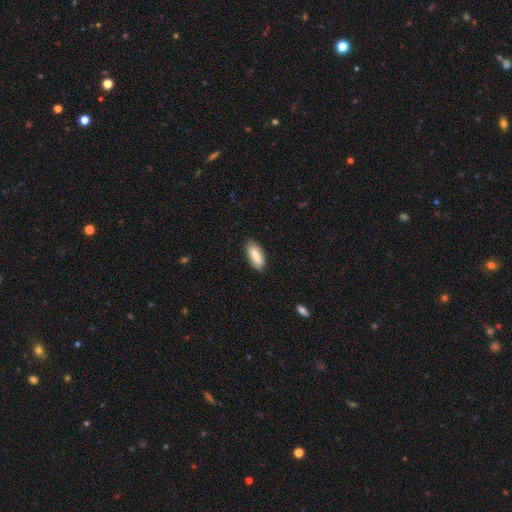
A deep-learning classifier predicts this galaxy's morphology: Smooth or featured? smooth (74%)
How rounded? in between (81%)
Merging? none (83%)